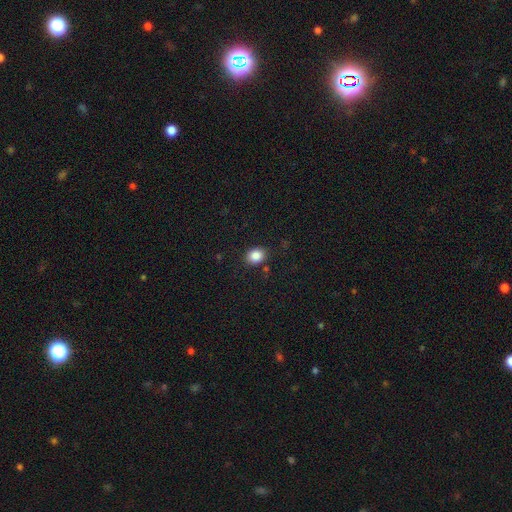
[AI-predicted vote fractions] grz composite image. It shows a smooth galaxy with no disk features (86%) that is in between round and cigar-shaped (52%). Merging: none (85%).